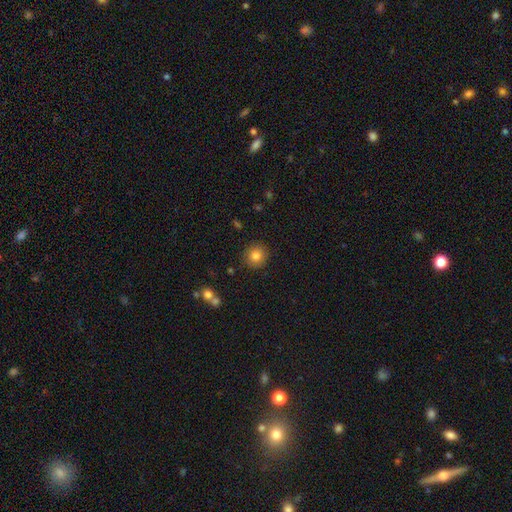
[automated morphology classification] A smooth galaxy with no disk features (82%) that is round (90%).

Vote fractions:
- Smooth or featured? smooth: 82% / star or artifact: 10% / featured or disk: 8%
- How rounded? round: 90% / in between: 9% / cigar-shaped: 1%
- Merging? none: 89% / minor disturbance: 7% / major disturbance: 2% / merger: 2%